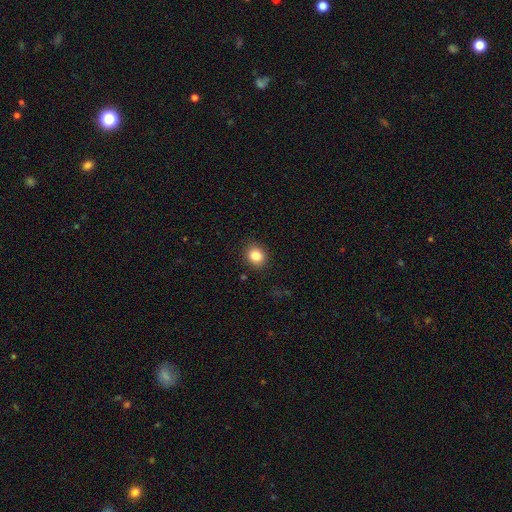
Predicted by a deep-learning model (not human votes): smooth 84%, star or artifact 11%, featured or disk 5%. Down the decision tree: how rounded — round (75%); merging — none (89%).